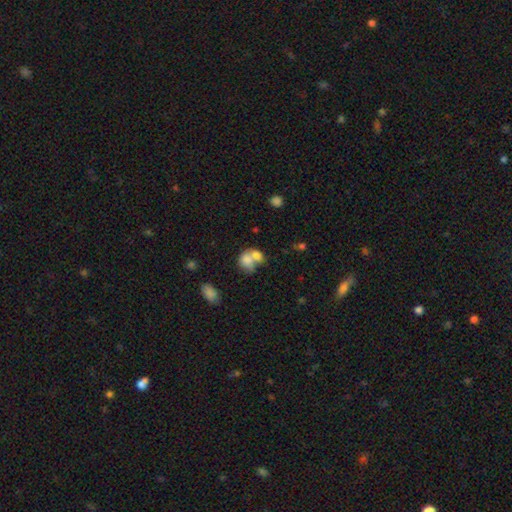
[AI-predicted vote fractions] This appears to be a smooth galaxy with no disk features (75%) that is in between round and cigar-shaped (60%). Merging: merger (69%).